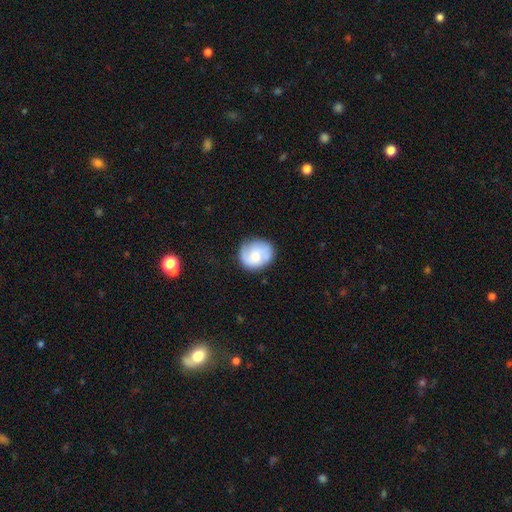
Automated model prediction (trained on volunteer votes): Q: Smooth or featured?
A: featured or disk (47%); runner-up: smooth (46%)
Q: Merging?
A: none (75%); runner-up: minor disturbance (17%)